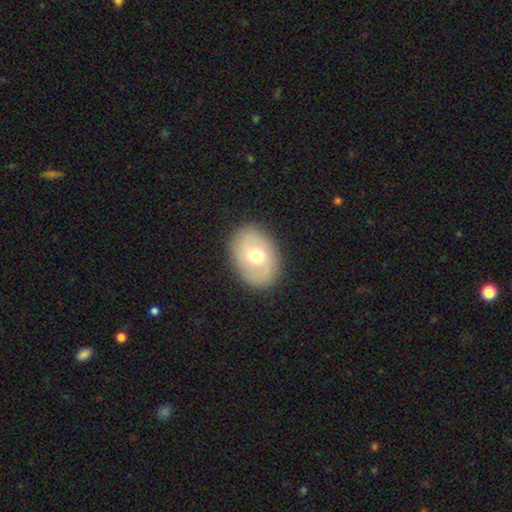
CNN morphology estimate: The model was most divided on "smooth or featured": smooth: 49%, featured or disk: 43%, star or artifact: 8%. More confident: merging — none (85%).